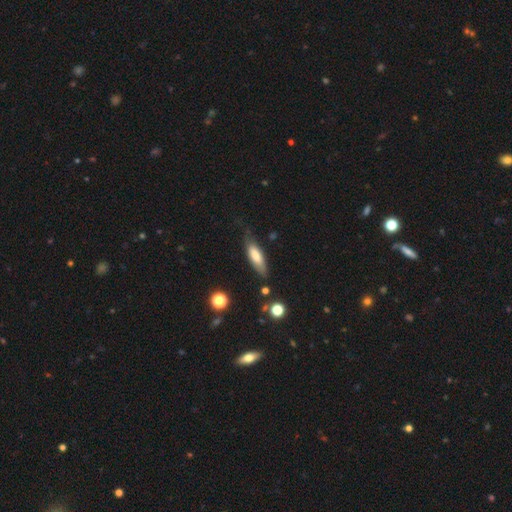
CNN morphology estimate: smooth 72%, featured or disk 22%, star or artifact 7%. Down the decision tree: how rounded — in between (50%); merging — none (63%).